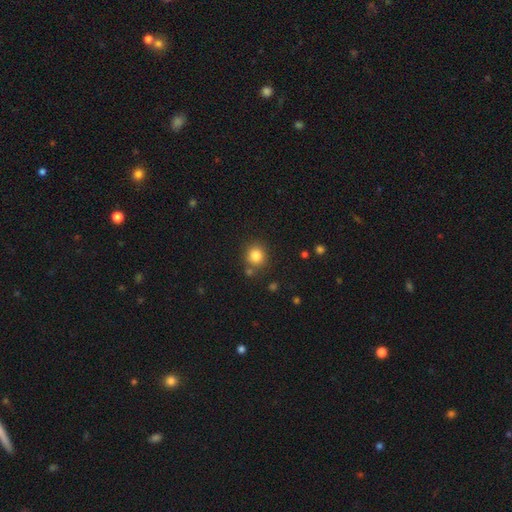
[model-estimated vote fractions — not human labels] Smooth or featured: smooth — 83% (star or artifact — 11%)
How rounded: round — 88% (in between — 11%)
Merging: none — 78% (minor disturbance — 10%)